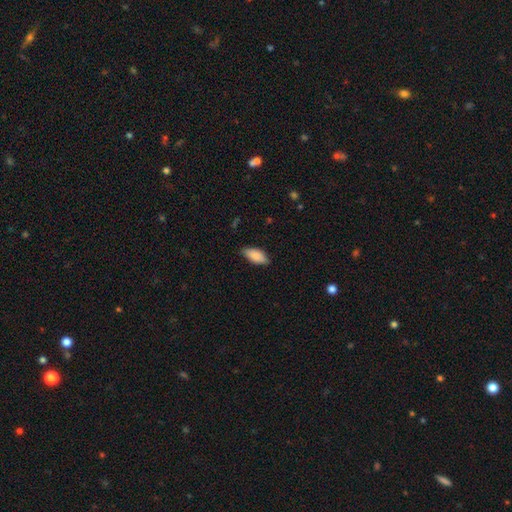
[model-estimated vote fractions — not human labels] The model was most divided on "merging": none: 81%, minor disturbance: 16%, major disturbance: 3%, merger: 1%. More confident: how rounded — in between (88%); smooth or featured — smooth (87%).